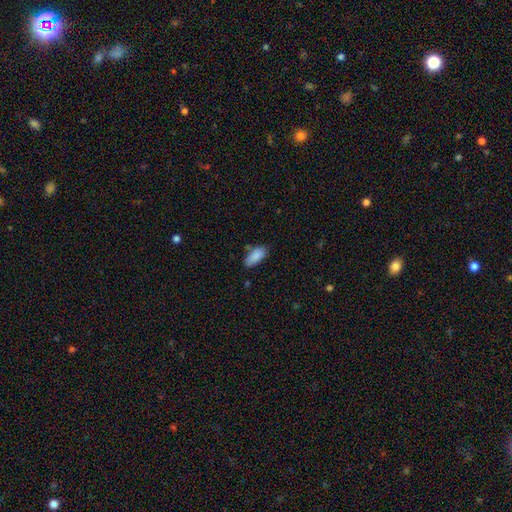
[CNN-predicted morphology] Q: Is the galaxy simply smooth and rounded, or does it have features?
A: smooth — 87%.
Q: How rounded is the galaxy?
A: in between — 89%.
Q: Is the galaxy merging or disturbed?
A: none — 70%.